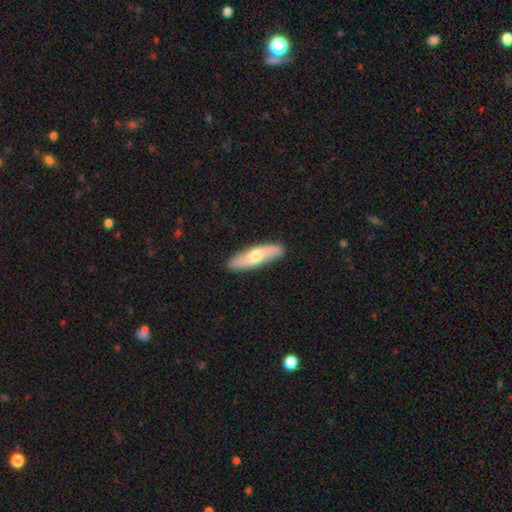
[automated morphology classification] This appears to be a featured or disk galaxy (51%). Merging: none (88%).